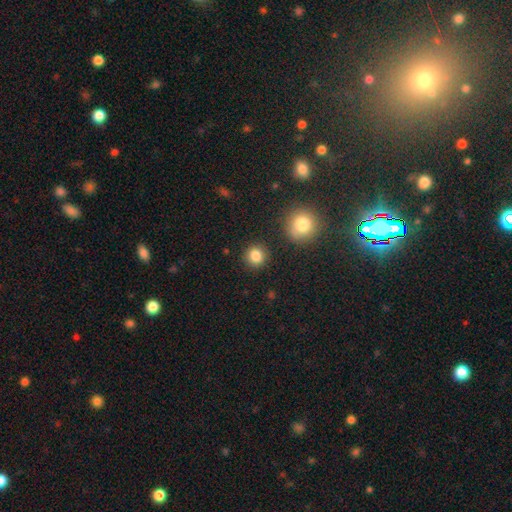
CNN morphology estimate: Smooth or featured: smooth — 85% (star or artifact — 11%)
How rounded: round — 90% (in between — 9%)
Merging: none — 89% (minor disturbance — 6%)